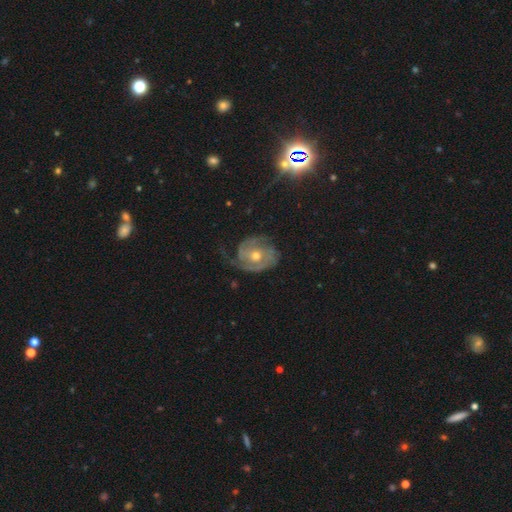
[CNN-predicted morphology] smooth-or-featured: featured or disk: 86% | smooth: 8% | star or artifact: 7%
  disk-edge-on: no: 97% | yes: 3%
    bar: no: 73% | weak: 22% | strong: 6%
    has-spiral-arms: yes: 96% | no: 4%
      spiral-winding: tight: 55% | medium: 34% | loose: 11%
      spiral-arm-count: 2: 34% | 3: 26% | can't tell: 20% | 1: 9% | 4: 6% | more than 4: 5%
    bulge-size: moderate: 70% | small: 25% | large: 3% | none: 1% | dominant: 1%
  merging: none: 62% | minor disturbance: 22% | major disturbance: 14% | merger: 2%